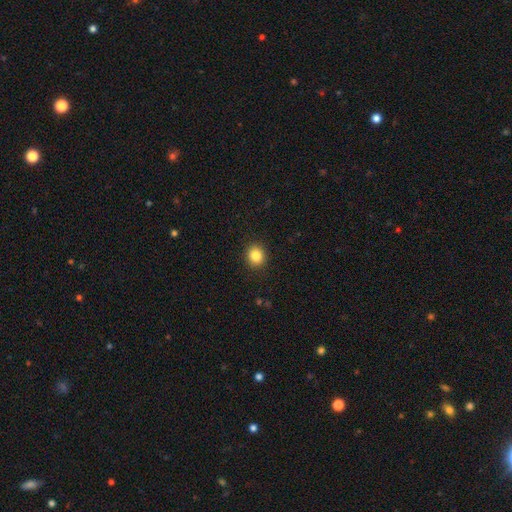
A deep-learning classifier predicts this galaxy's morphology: Q: Smooth or featured?
A: smooth (85%); runner-up: star or artifact (10%)
Q: How rounded?
A: round (78%); runner-up: in between (22%)
Q: Merging?
A: none (91%); runner-up: minor disturbance (6%)